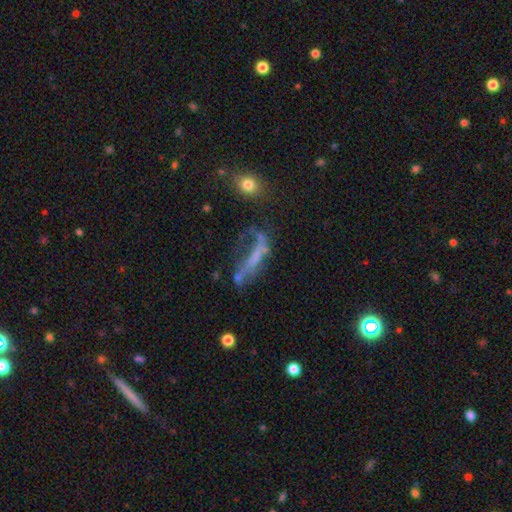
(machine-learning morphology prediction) A featured or disk galaxy (46%). Merging: major disturbance (40%).